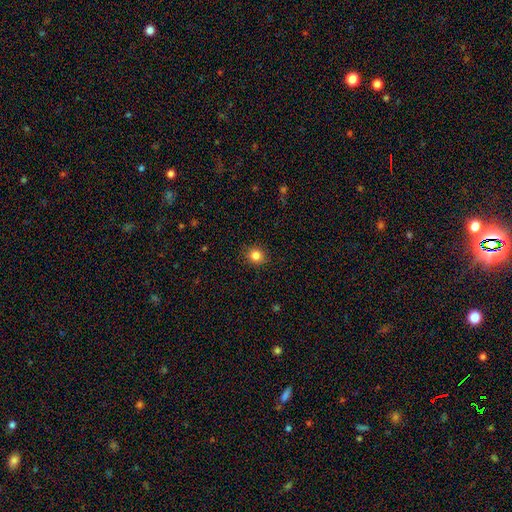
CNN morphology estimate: type=smooth (84%); roundness=round (83%); merging=none (90%).